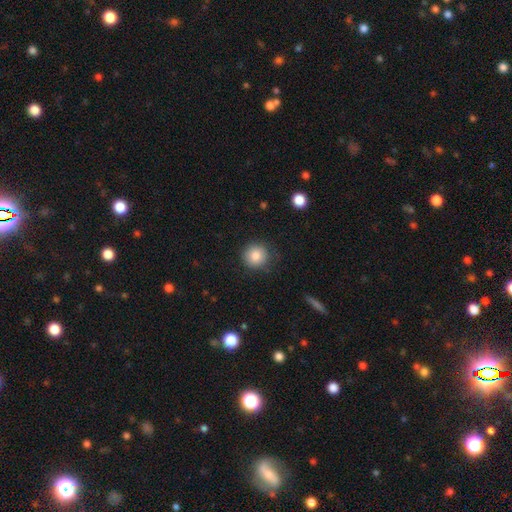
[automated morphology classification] smooth-or-featured: smooth: 84% | star or artifact: 9% | featured or disk: 7%
  how-rounded: round: 93% | in between: 6% | cigar-shaped: 1%
  merging: none: 85% | minor disturbance: 10% | major disturbance: 3% | merger: 1%